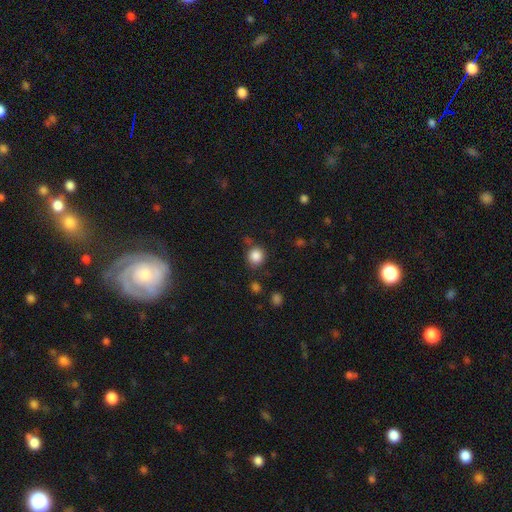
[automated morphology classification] smooth-or-featured: smooth: 86% | star or artifact: 11% | featured or disk: 4%
  how-rounded: round: 89% | in between: 10% | cigar-shaped: 1%
  merging: none: 78% | minor disturbance: 12% | merger: 6% | major disturbance: 4%